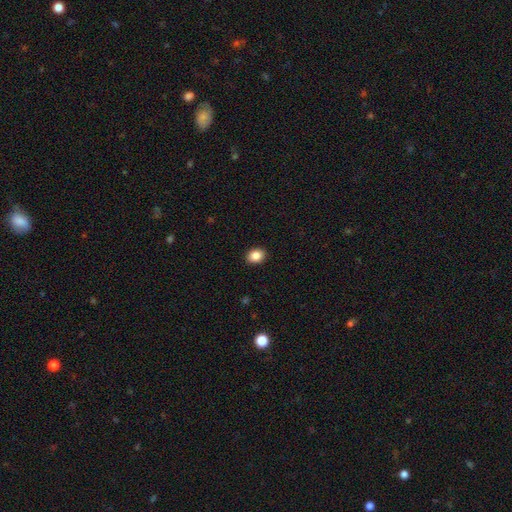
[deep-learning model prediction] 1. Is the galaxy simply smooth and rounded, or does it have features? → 87% smooth, 9% star or artifact, 4% featured or disk.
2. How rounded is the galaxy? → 61% in between, 38% round, 1% cigar-shaped.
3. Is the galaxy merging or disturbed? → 91% none, 7% minor disturbance, 2% major disturbance, 1% merger.